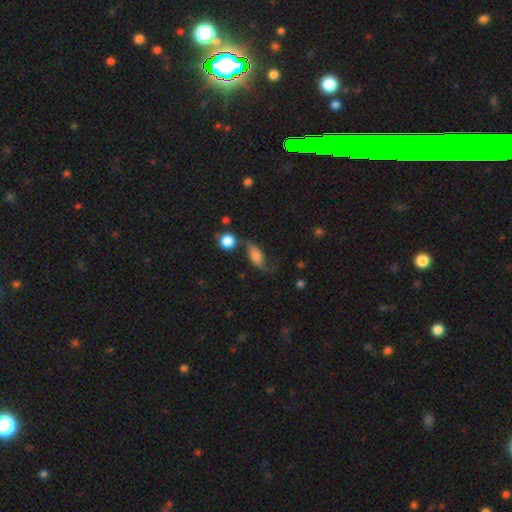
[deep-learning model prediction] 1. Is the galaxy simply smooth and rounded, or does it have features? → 52% featured or disk, 39% smooth, 9% star or artifact.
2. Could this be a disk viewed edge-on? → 85% no, 15% yes.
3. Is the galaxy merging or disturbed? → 51% none, 24% minor disturbance, 15% major disturbance, 10% merger.